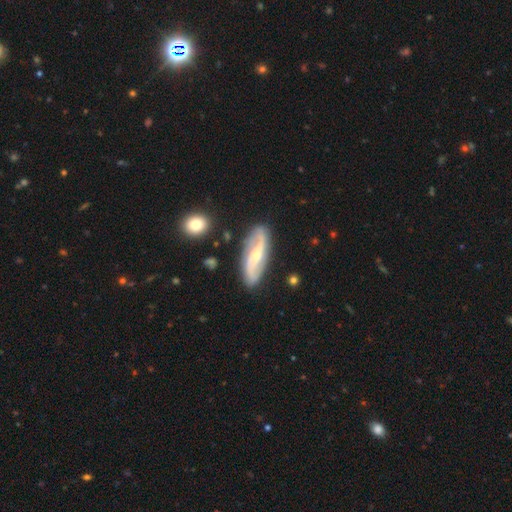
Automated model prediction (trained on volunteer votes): smooth_or_featured: featured or disk (p=0.79) [alt: smooth p=0.16]
disk_edge_on: no (p=0.91) [alt: yes p=0.09]
bar: weak (p=0.41) [alt: no p=0.40]
has_spiral_arms: yes (p=0.94) [alt: no p=0.06]
spiral_winding: loose (p=0.50) [alt: medium p=0.35]
spiral_arm_count: 2 (p=0.89) [alt: can't tell p=0.06]
bulge_size: small (p=0.51) [alt: moderate p=0.43]
merging: none (p=0.83) [alt: minor disturbance p=0.12]